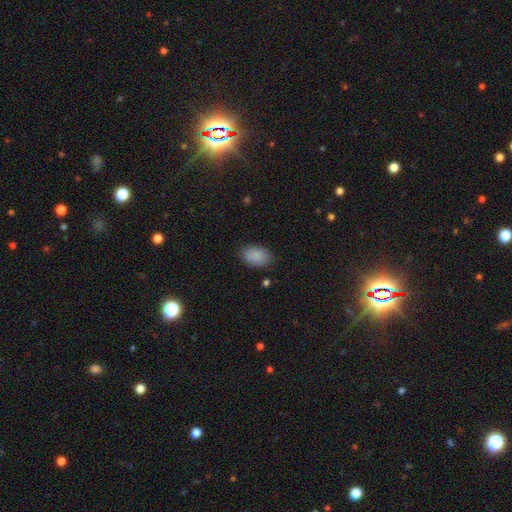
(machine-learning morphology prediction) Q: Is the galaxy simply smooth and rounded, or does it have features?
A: smooth — 88%.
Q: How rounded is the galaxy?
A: in between — 89%.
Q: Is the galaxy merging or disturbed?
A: none — 83%.